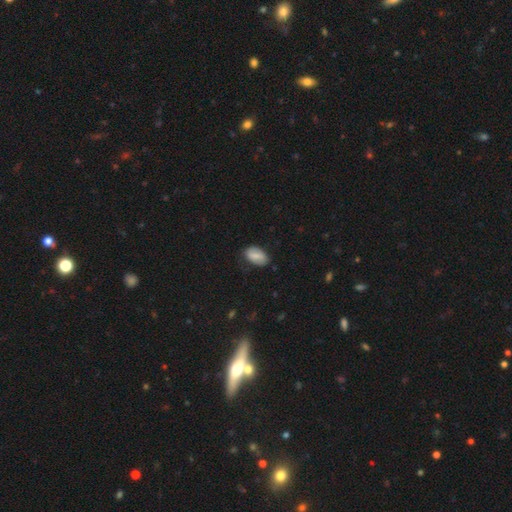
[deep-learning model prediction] Overall: smooth (77%). How rounded: in between (92%). Merging: none (72%).